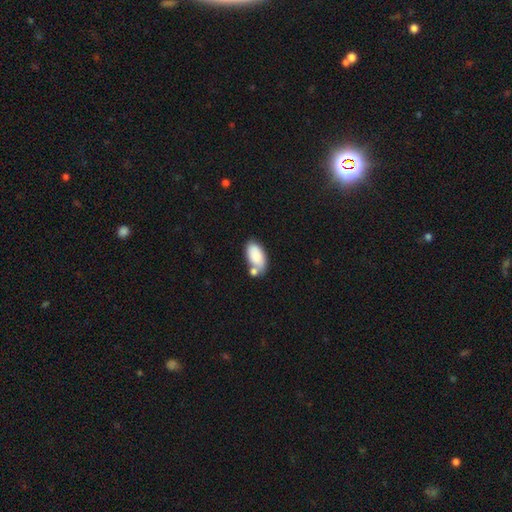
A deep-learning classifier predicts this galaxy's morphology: Q: Smooth or featured?
A: smooth (84%); runner-up: featured or disk (10%)
Q: How rounded?
A: in between (94%); runner-up: round (3%)
Q: Merging?
A: none (49%); runner-up: merger (28%)